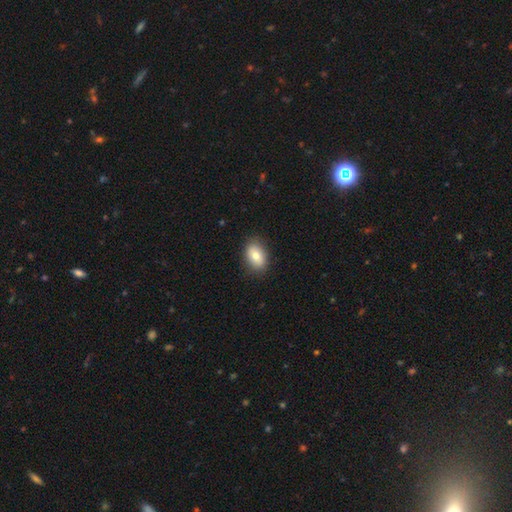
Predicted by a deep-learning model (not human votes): A smooth galaxy with no disk features (79%) that is in between round and cigar-shaped (86%). Merging: none (86%).